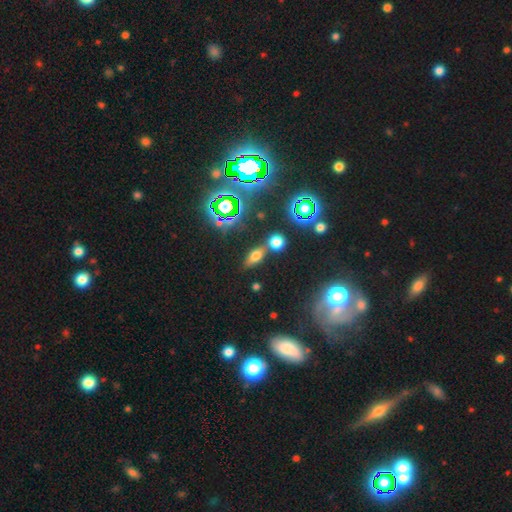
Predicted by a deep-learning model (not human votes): A smooth galaxy with no disk features (53%) that is in between round and cigar-shaped (67%). Merging: none (64%).